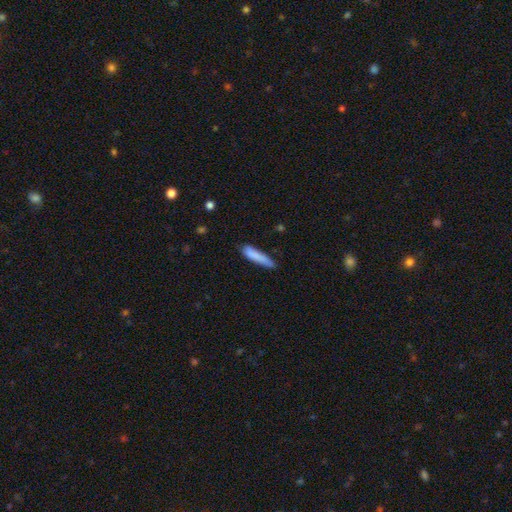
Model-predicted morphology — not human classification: The model was most divided on "merging": none: 71%, minor disturbance: 23%, major disturbance: 4%, merger: 2%. More confident: how rounded — cigar-shaped (86%); smooth or featured — smooth (84%).